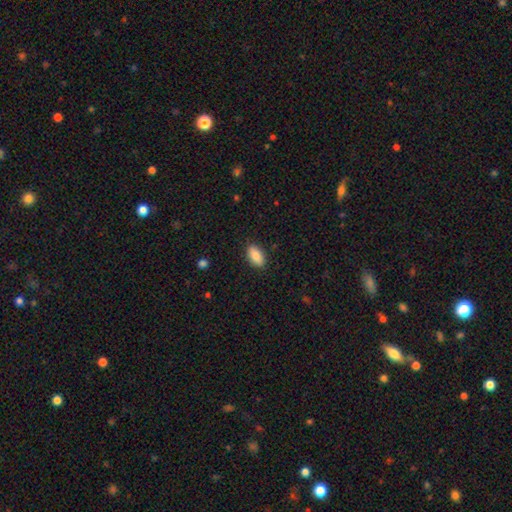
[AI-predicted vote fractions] smooth_or_featured: smooth (p=0.86) [alt: featured or disk p=0.07]
how_rounded: in between (p=0.92) [alt: cigar-shaped p=0.04]
merging: none (p=0.87) [alt: minor disturbance p=0.10]